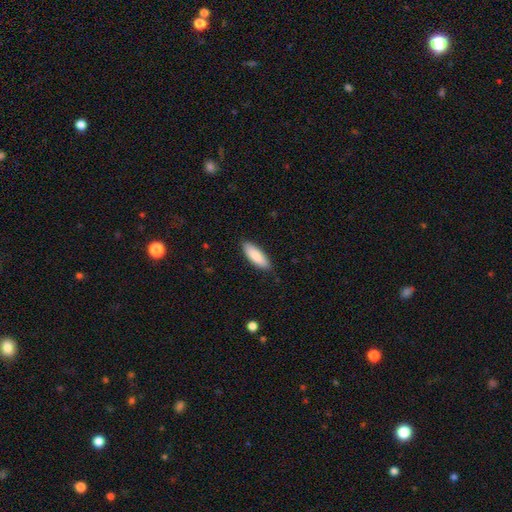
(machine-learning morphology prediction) This is clearly a smooth galaxy (87%). How rounded: likely in between (63%). Merging: clearly none (87%).